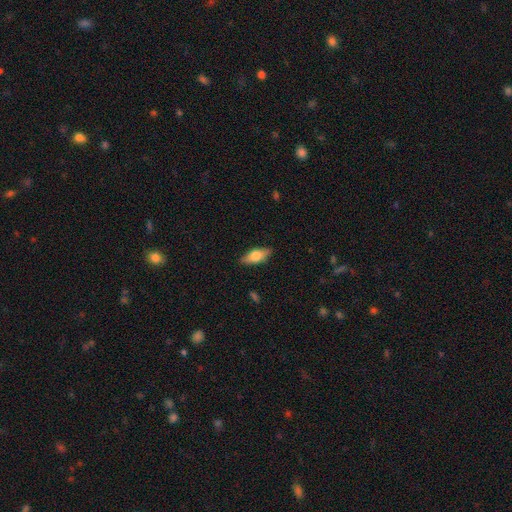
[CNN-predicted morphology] smooth 69%, featured or disk 25%, star or artifact 6%. Down the decision tree: how rounded — in between (81%); merging — none (86%).